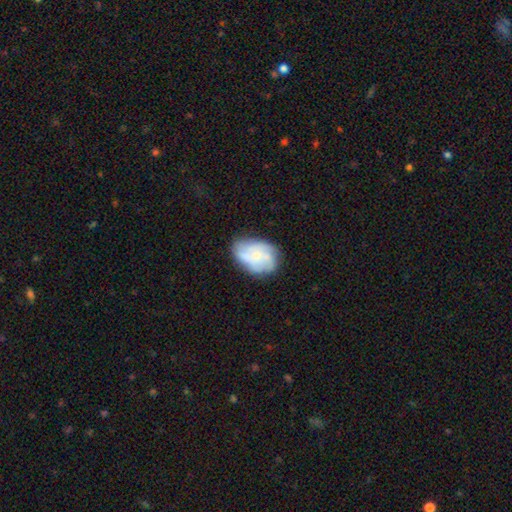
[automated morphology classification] type=featured or disk (56%); edge-on=no (97%); bar=no (82%); spiral arms=yes (68%); bulge=small (60%); merging=none (59%).